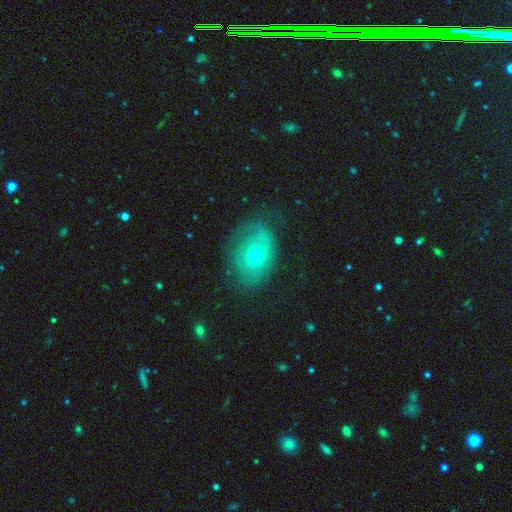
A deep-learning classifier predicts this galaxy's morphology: This is possibly a featured or disk galaxy (52%). It is clearly not viewed edge-on (94%). Merging: likely none (60%).